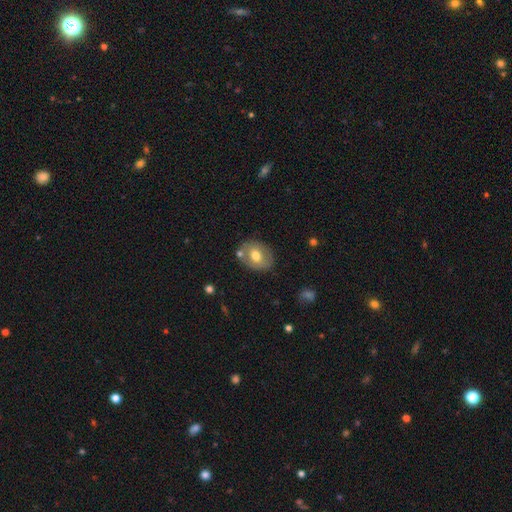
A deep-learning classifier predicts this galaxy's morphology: A smooth galaxy with no disk features (63%) that is in between round and cigar-shaped (58%). Merging: none (73%).